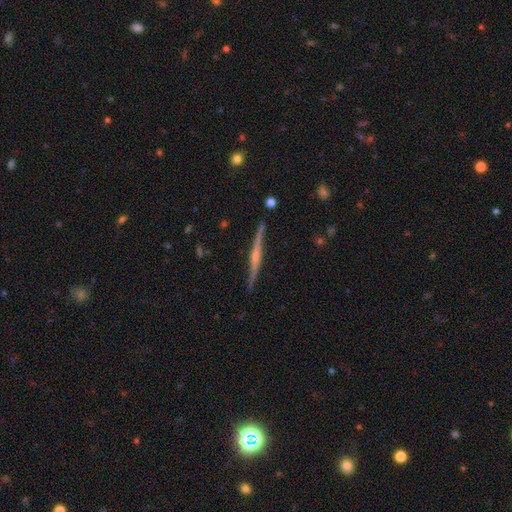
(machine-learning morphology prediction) Smooth or featured?
  - featured or disk: 76% *
  - smooth: 18%
  - star or artifact: 6%
Edge-on disk?
  - yes: 98% *
  - no: 2%
Edge-on bulge?
  - rounded: 48% *
  - none: 31%
  - boxy: 20%
Merging?
  - none: 88% *
  - minor disturbance: 9%
  - major disturbance: 2%
  - merger: 2%